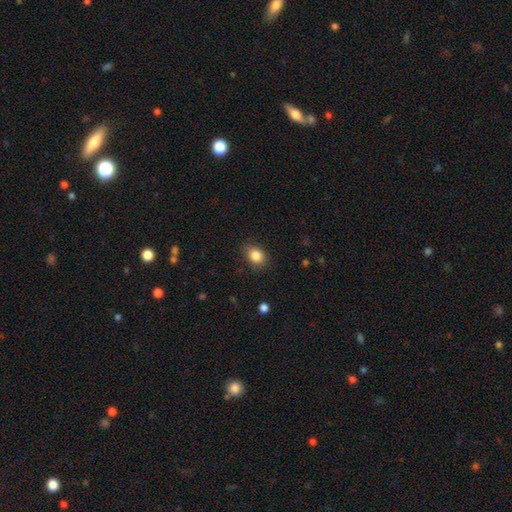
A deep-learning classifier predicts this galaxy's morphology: Smooth or featured?
  - smooth: 85% *
  - star or artifact: 9%
  - featured or disk: 6%
How rounded?
  - in between: 56% *
  - round: 43%
  - cigar-shaped: 1%
Merging?
  - none: 82% *
  - minor disturbance: 14%
  - major disturbance: 3%
  - merger: 1%